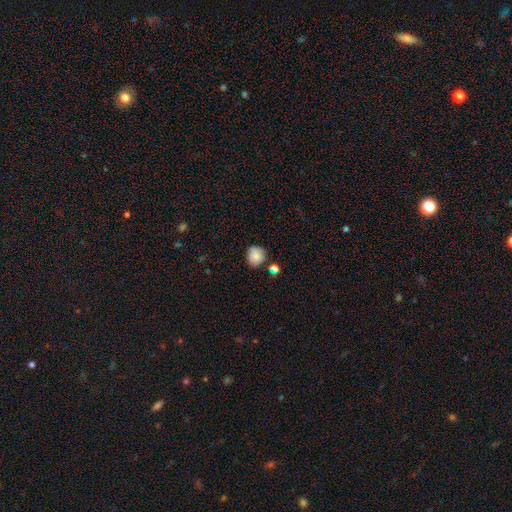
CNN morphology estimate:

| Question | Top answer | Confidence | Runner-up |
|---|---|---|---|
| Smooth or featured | smooth | 83% | star or artifact (9%) |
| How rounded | round | 81% | in between (18%) |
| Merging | none | 71% | minor disturbance (19%) |